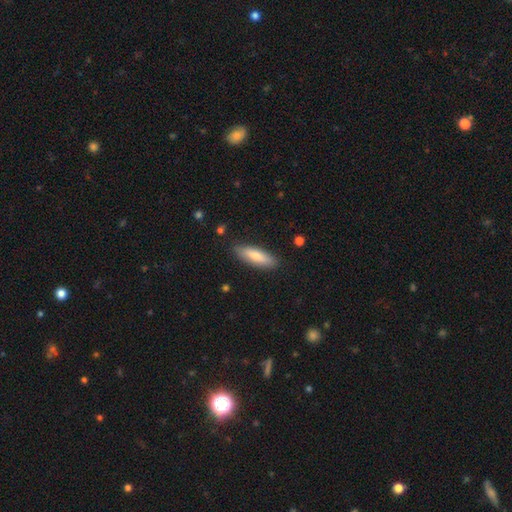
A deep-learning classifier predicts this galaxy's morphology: A smooth galaxy with no disk features (77%) that is cigar-shaped (49%, tied with in between).

Vote fractions:
- Smooth or featured? smooth: 77% / featured or disk: 17% / star or artifact: 6%
- How rounded? cigar-shaped: 49% (tied) / in between: 49% (tied) / round: 2%
- Merging? none: 87% / minor disturbance: 10% / major disturbance: 2% / merger: 1%